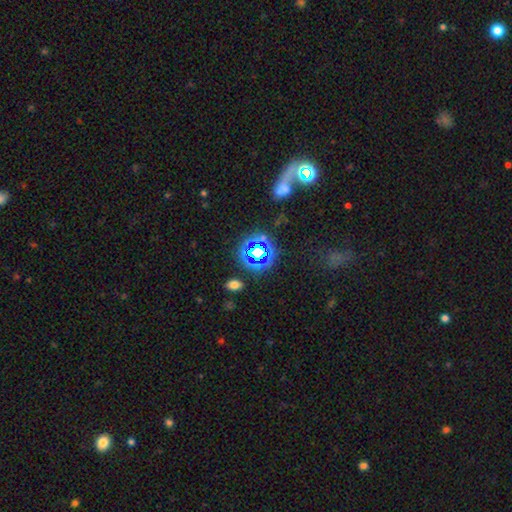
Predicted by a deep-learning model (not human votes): Smooth or featured: star or artifact — 64% (smooth — 26%)